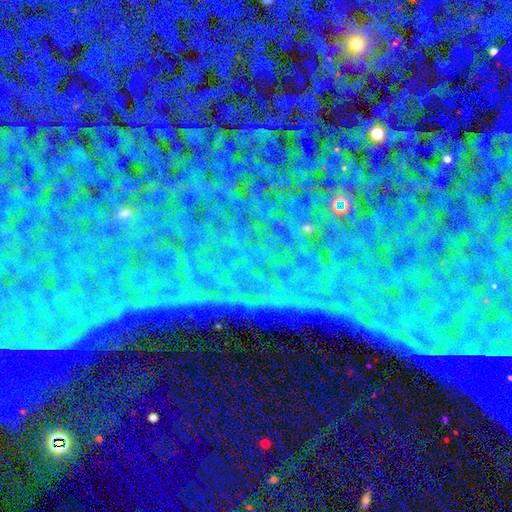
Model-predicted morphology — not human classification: A star or artifact, not a galaxy (86%).

Vote fractions:
- Smooth or featured? star or artifact: 86% / featured or disk: 7% / smooth: 7%